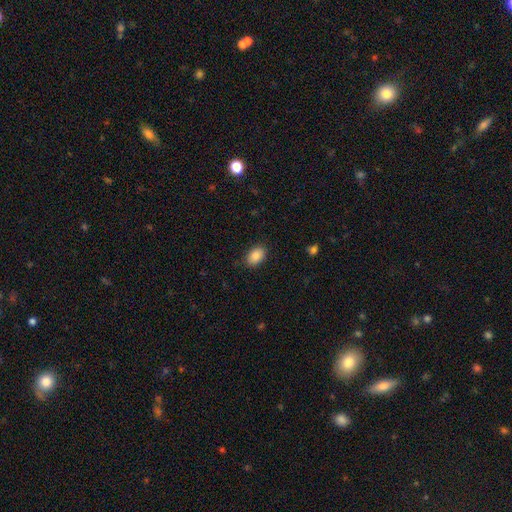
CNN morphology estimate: Q: Smooth or featured?
A: smooth (87%); runner-up: star or artifact (8%)
Q: How rounded?
A: in between (88%); runner-up: round (11%)
Q: Merging?
A: none (84%); runner-up: minor disturbance (12%)